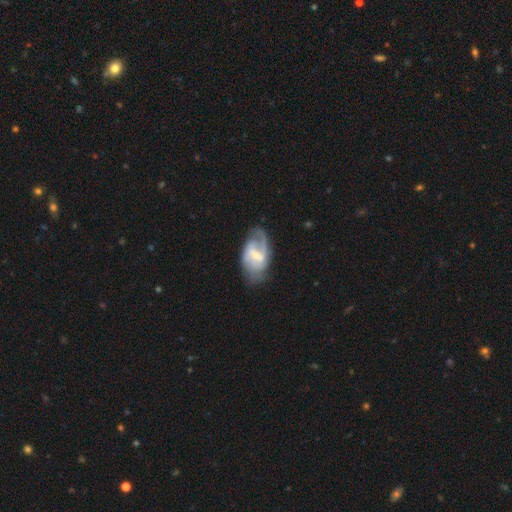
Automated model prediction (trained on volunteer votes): Smooth or featured: featured or disk — 81% (smooth — 14%)
Edge-on disk: no — 97% (yes — 3%)
Bar: weak — 53% (strong — 33%)
Spiral arms: yes — 91% (no — 9%)
Spiral winding: medium — 47% (loose — 28%)
Spiral arm count: 2 — 65% (can't tell — 16%)
Bulge size: small — 57% (moderate — 33%)
Merging: none — 64% (minor disturbance — 22%)